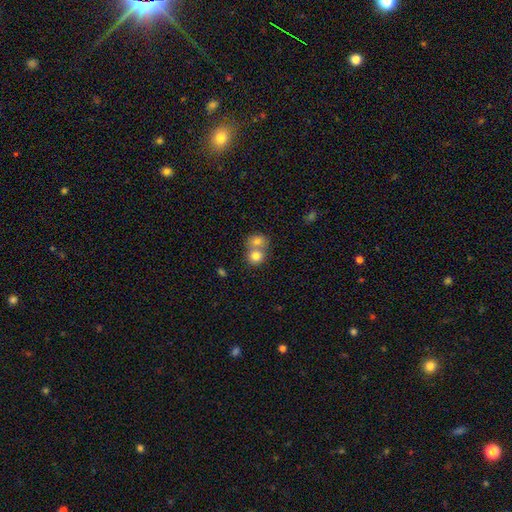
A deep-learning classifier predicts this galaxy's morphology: Smooth or featured? smooth (78%)
How rounded? round (74%)
Merging? merger (64%)